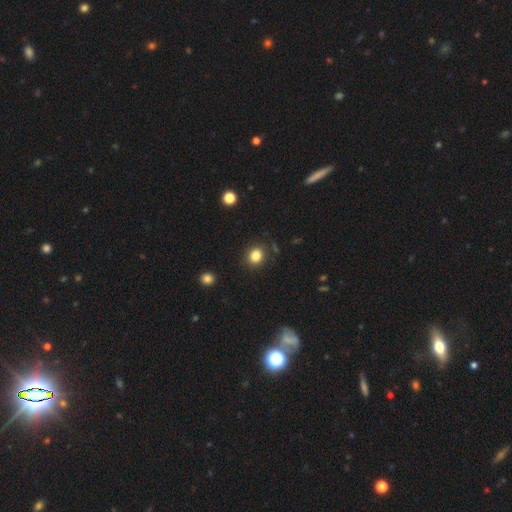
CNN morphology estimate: Q: Smooth or featured?
A: smooth (84%); runner-up: star or artifact (11%)
Q: How rounded?
A: round (69%); runner-up: in between (30%)
Q: Merging?
A: none (86%); runner-up: minor disturbance (9%)